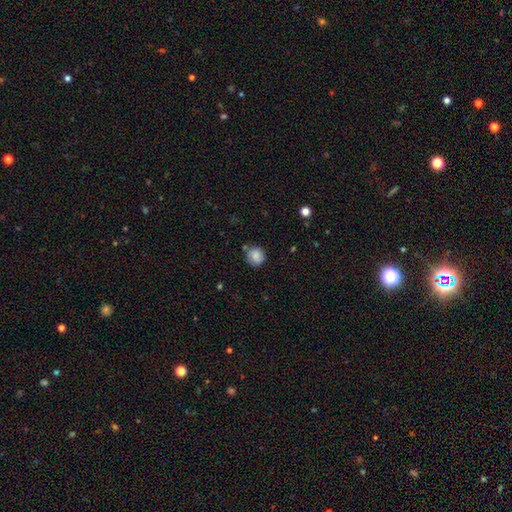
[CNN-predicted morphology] This appears to be a smooth galaxy with no disk features (84%) that is round (85%). Merging: none (75%).